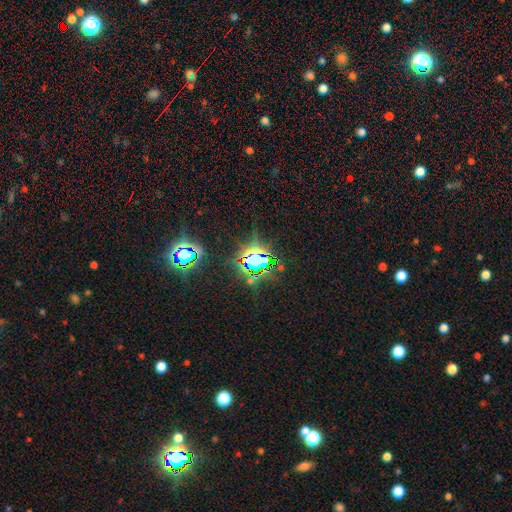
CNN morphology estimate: type=star or artifact (75%).